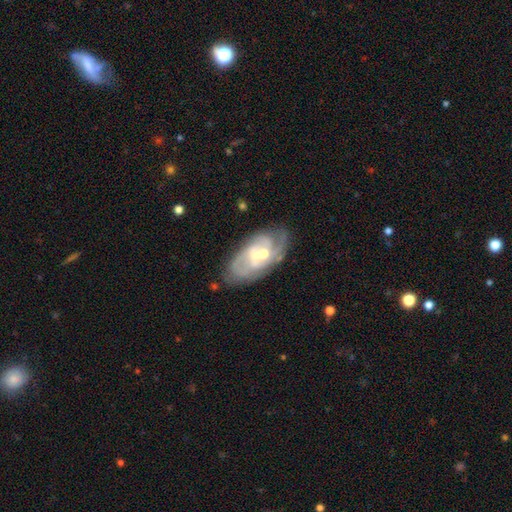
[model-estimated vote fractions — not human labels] This is likely a featured or disk galaxy (78%). It is clearly not viewed edge-on (94%). Bar: possibly no (57%). Spiral arm pattern: clearly yes (85%). Spiral arm count: marginally can't tell (34%). Spiral winding: possibly tight (51%). Central bulge: likely moderate (63%). Merging: likely none (65%).